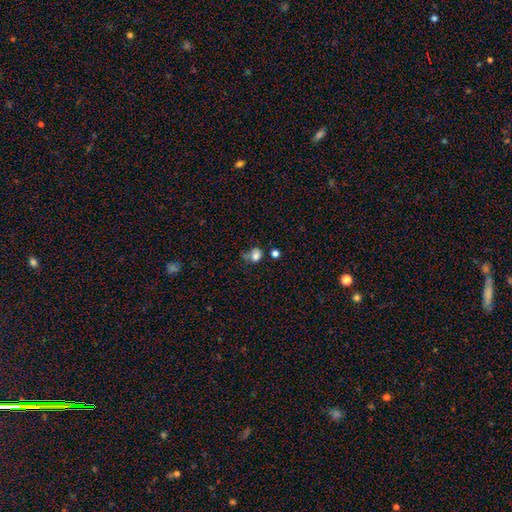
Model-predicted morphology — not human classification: This is likely a smooth galaxy (77%). How rounded: possibly round (51%). Merging: marginally none (41%).